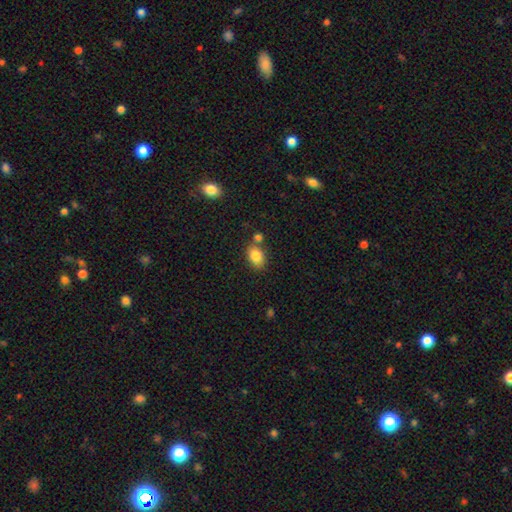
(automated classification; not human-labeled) Smooth or featured? Predicted: smooth (p=0.84). How rounded? Predicted: in between (p=0.80). Merging? Predicted: none (p=0.67).